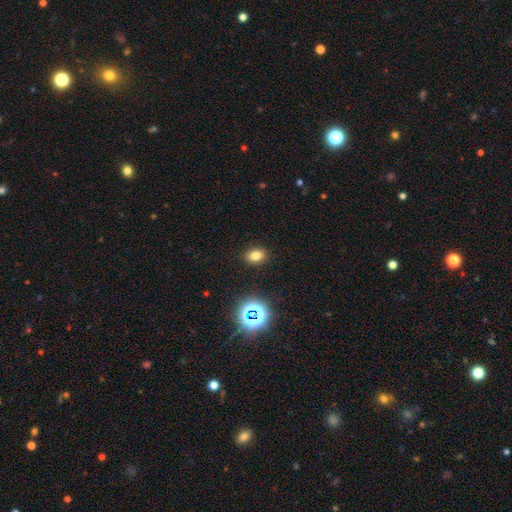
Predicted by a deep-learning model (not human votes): smooth 75%, star or artifact 18%, featured or disk 7%. Down the decision tree: how rounded — in between (71%); merging — none (89%).